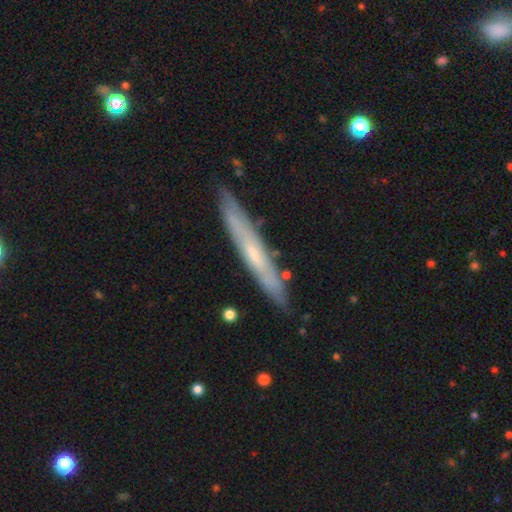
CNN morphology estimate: Q: Smooth or featured?
A: featured or disk (55%); runner-up: smooth (40%)
Q: Edge-on disk?
A: yes (84%); runner-up: no (16%)
Q: Merging?
A: none (85%); runner-up: minor disturbance (11%)